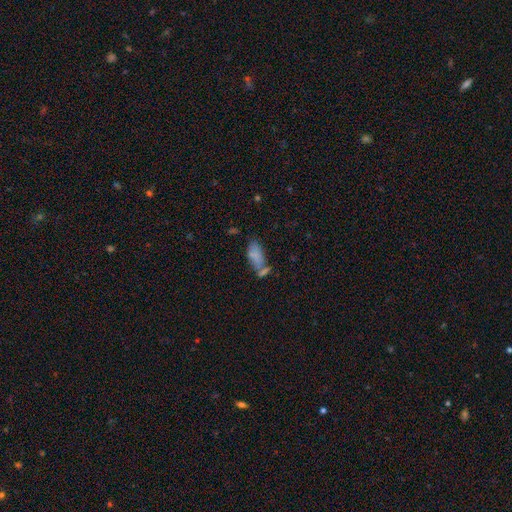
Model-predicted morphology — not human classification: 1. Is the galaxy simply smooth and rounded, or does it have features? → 75% smooth, 15% featured or disk, 10% star or artifact.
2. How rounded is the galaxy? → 87% in between, 10% cigar-shaped, 3% round.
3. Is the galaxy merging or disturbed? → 37% none, 35% merger, 19% minor disturbance, 9% major disturbance.